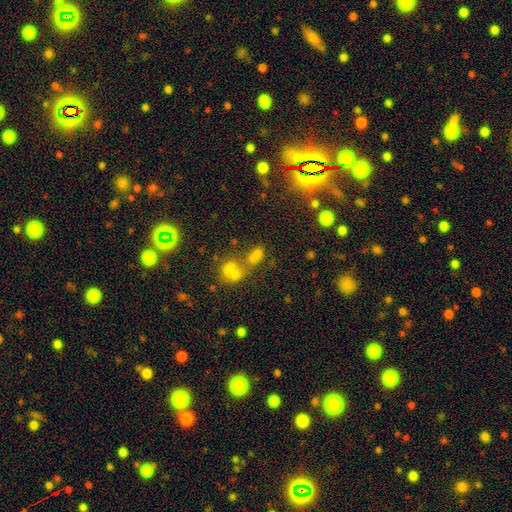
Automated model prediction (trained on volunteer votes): Smooth or featured: smooth — 58% (star or artifact — 25%)
How rounded: in between — 67% (round — 28%)
Merging: merger — 50% (none — 33%)